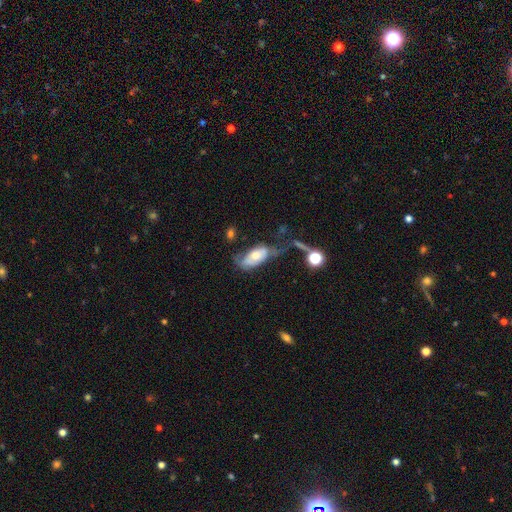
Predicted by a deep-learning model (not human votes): A smooth galaxy with no disk features (54%) that is in between round and cigar-shaped (88%).

Vote fractions:
- Smooth or featured? smooth: 54% / featured or disk: 39% / star or artifact: 7%
- How rounded? in between: 88% / cigar-shaped: 9% / round: 3%
- Merging? major disturbance: 36% / none: 26% / minor disturbance: 24% / merger: 14%